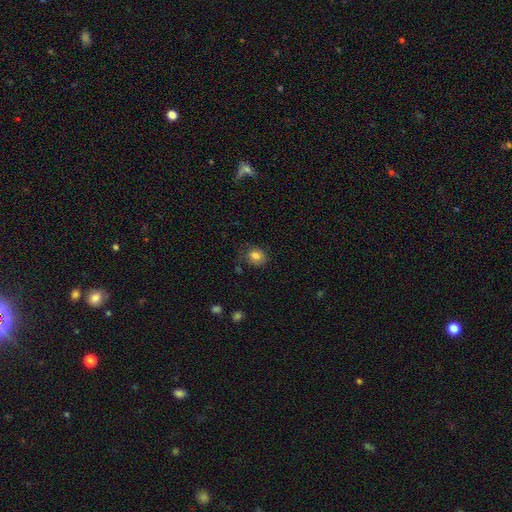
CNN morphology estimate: smooth 81%, star or artifact 11%, featured or disk 9%. Down the decision tree: how rounded — round (67%); merging — none (76%).